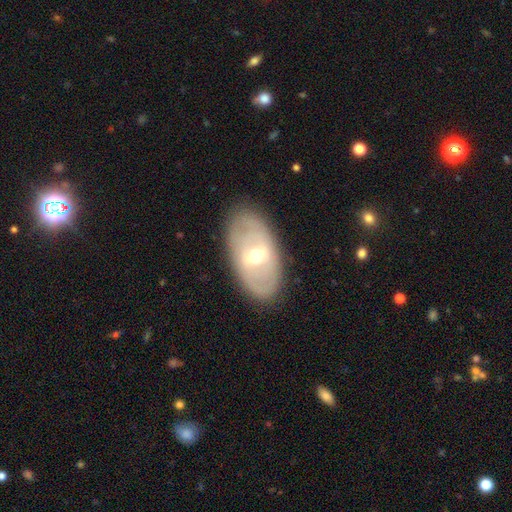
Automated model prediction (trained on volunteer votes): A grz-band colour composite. It shows a featured or disk galaxy (65%) with a weak bar (50%), spiral arms (52%) and a moderate central bulge (62%). Merging: none (85%).